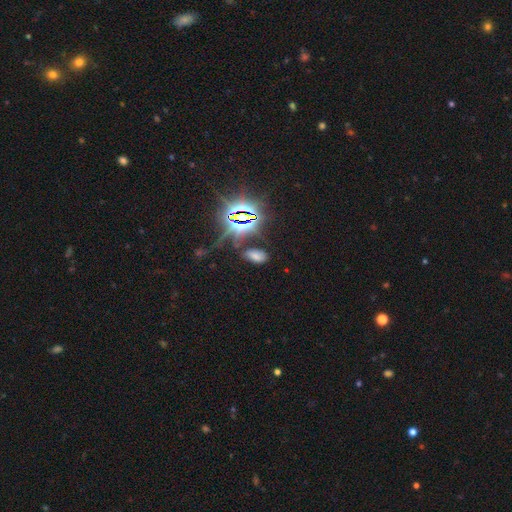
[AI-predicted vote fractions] This is possibly a smooth galaxy (49%). Merging: likely none (75%).